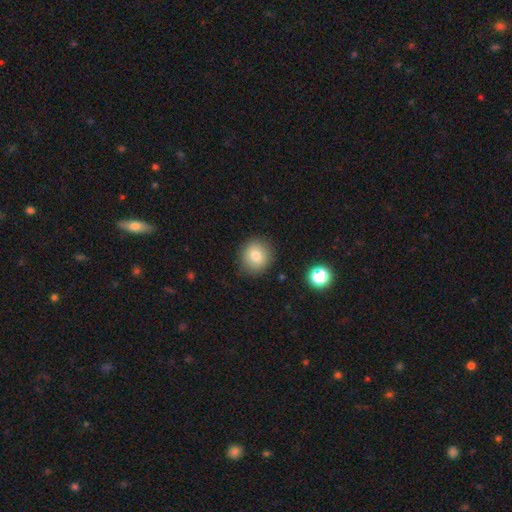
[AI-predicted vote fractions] This is likely a smooth galaxy (80%). How rounded: clearly round (88%). Merging: clearly none (87%).